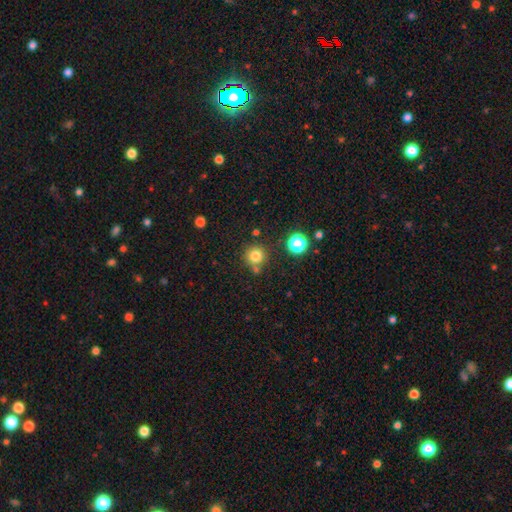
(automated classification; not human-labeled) Smooth or featured?
  - smooth: 79% *
  - star or artifact: 14%
  - featured or disk: 7%
How rounded?
  - round: 93% *
  - in between: 6%
  - cigar-shaped: 1%
Merging?
  - none: 75% *
  - minor disturbance: 11%
  - merger: 11%
  - major disturbance: 4%